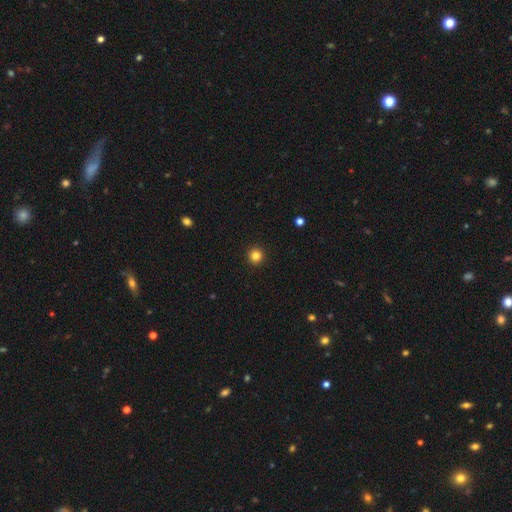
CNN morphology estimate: Smooth or featured? Predicted: smooth (p=0.84). How rounded? Predicted: round (p=0.96). Merging? Predicted: none (p=0.94).